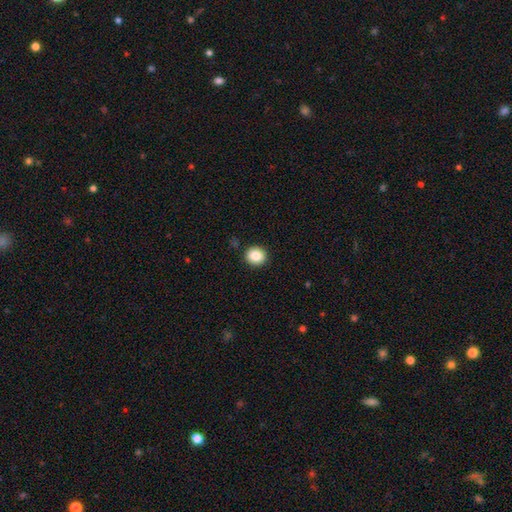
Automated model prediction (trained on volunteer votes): The model was most divided on "how rounded": round: 86%, in between: 13%, cigar-shaped: 1%. More confident: merging — none (91%); smooth or featured — smooth (86%).